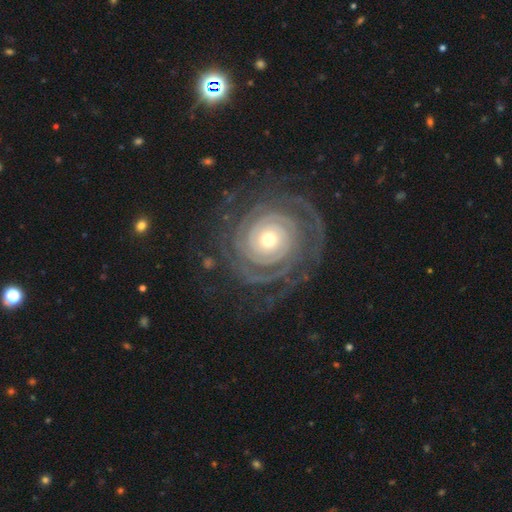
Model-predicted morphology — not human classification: Smooth or featured: featured or disk — 84% (smooth — 9%)
Edge-on disk: no — 97% (yes — 3%)
Bar: no — 79% (weak — 13%)
Spiral arms: yes — 93% (no — 7%)
Spiral winding: tight — 82% (medium — 13%)
Spiral arm count: can't tell — 31% (2 — 22%)
Bulge size: small — 49% (moderate — 44%)
Merging: none — 78% (minor disturbance — 12%)